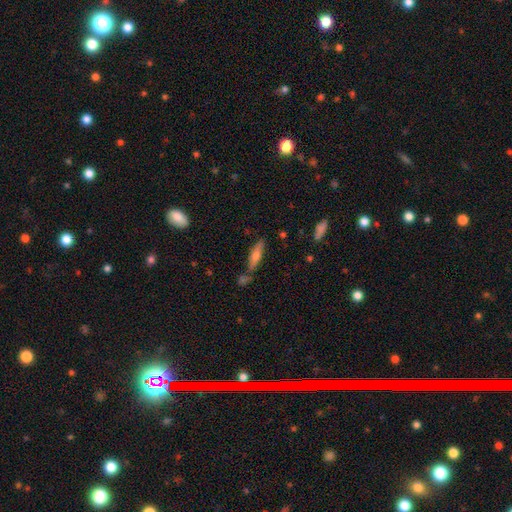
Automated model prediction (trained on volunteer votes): A smooth galaxy with no disk features (60%) that is cigar-shaped (69%).

Vote fractions:
- Smooth or featured? smooth: 60% / featured or disk: 33% / star or artifact: 7%
- How rounded? cigar-shaped: 69% / in between: 29% / round: 2%
- Merging? none: 73% / minor disturbance: 14% / merger: 10% / major disturbance: 4%